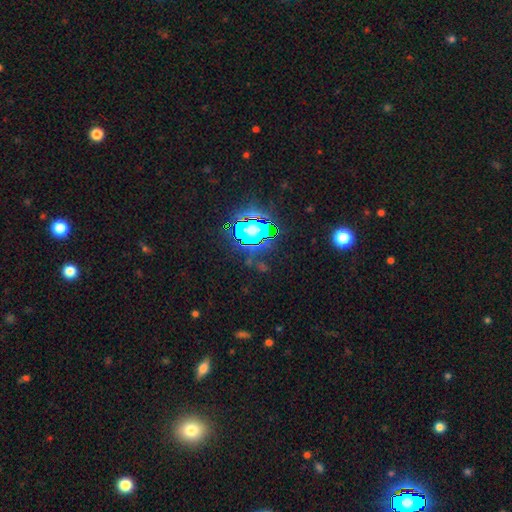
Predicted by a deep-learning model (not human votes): Smooth or featured? star or artifact (80%)